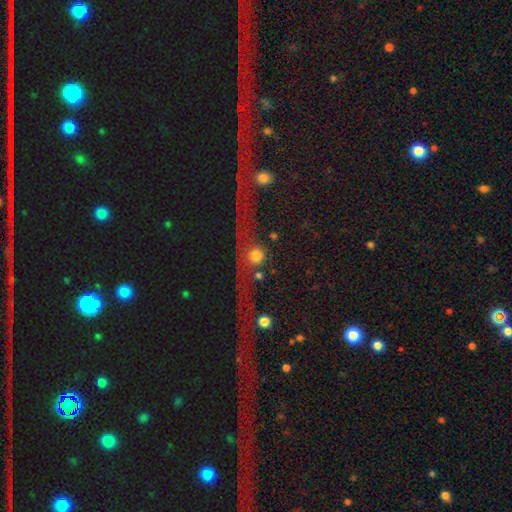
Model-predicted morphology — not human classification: Smooth or featured?
  - smooth: 54% *
  - star or artifact: 26%
  - featured or disk: 21%
How rounded?
  - round: 82% *
  - in between: 11%
  - cigar-shaped: 7%
Merging?
  - none: 55% *
  - merger: 17%
  - major disturbance: 15%
  - minor disturbance: 12%